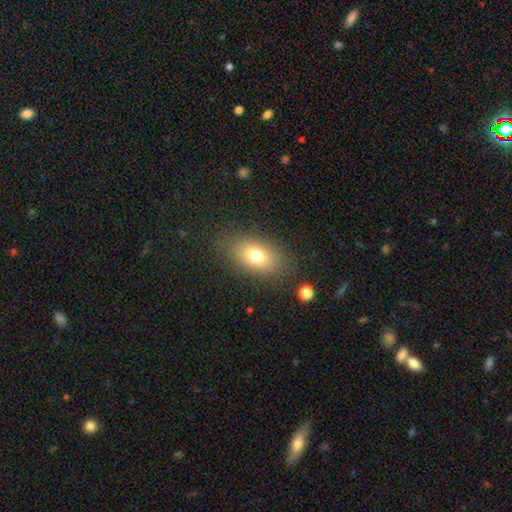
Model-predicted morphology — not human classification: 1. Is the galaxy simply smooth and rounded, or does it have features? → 75% smooth, 14% featured or disk, 11% star or artifact.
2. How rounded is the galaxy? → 84% in between, 14% round, 2% cigar-shaped.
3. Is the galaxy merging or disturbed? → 82% none, 11% minor disturbance, 5% major disturbance, 2% merger.